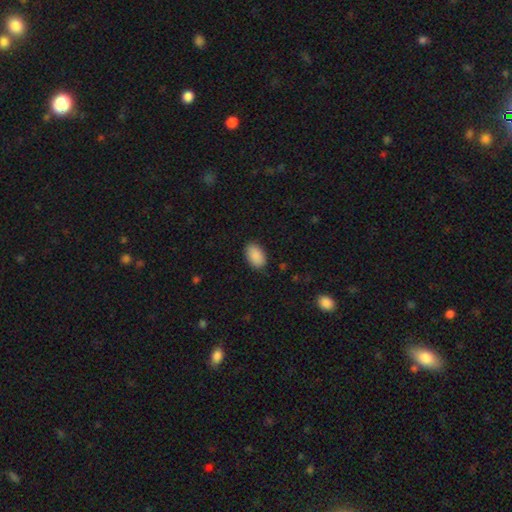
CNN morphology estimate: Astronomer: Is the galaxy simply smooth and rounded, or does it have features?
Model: smooth — 90%.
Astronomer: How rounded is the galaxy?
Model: in between — 92%.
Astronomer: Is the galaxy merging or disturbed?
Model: none — 87%.